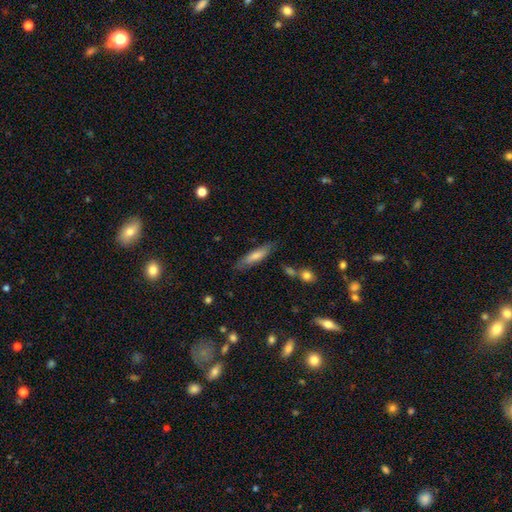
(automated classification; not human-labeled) Overall: smooth (63%; featured or disk 30%). How rounded: cigar-shaped (76%). Merging: none (80%).